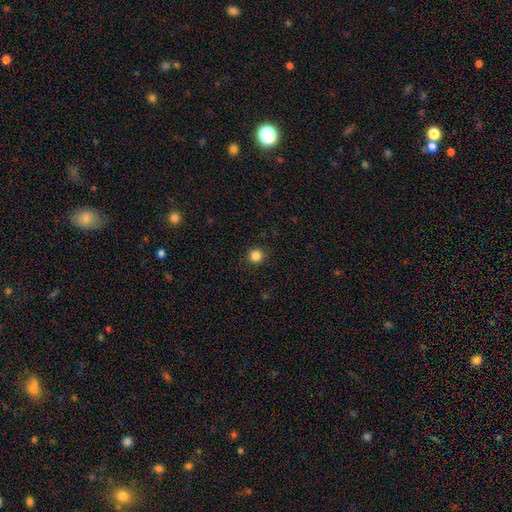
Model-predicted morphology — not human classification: Overall: smooth (85%). How rounded: round (95%). Merging: none (92%).